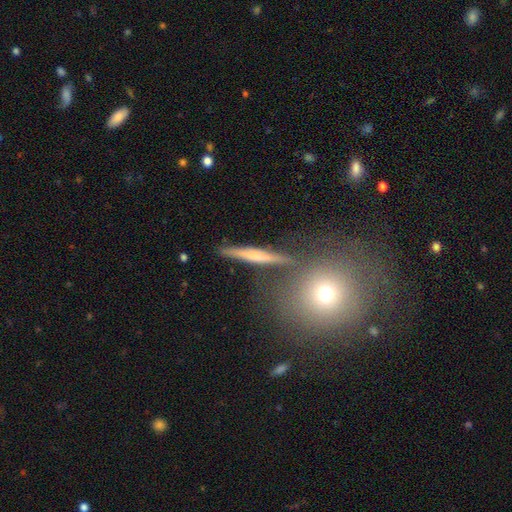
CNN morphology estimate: Smooth or featured?
  - featured or disk: 48% *
  - smooth: 42%
  - star or artifact: 10%
Merging?
  - none: 80% *
  - minor disturbance: 10%
  - merger: 6%
  - major disturbance: 4%